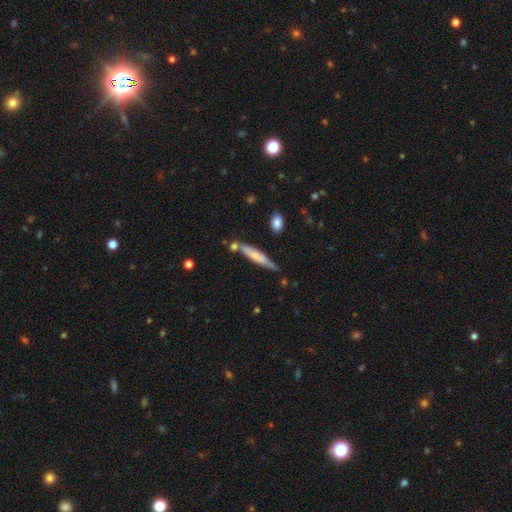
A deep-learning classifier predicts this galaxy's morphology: A smooth galaxy with no disk features (60%) that is cigar-shaped (90%).

Vote fractions:
- Smooth or featured? smooth: 60% / featured or disk: 34% / star or artifact: 6%
- How rounded? cigar-shaped: 90% / in between: 8% / round: 1%
- Merging? none: 67% / minor disturbance: 19% / merger: 9% / major disturbance: 4%